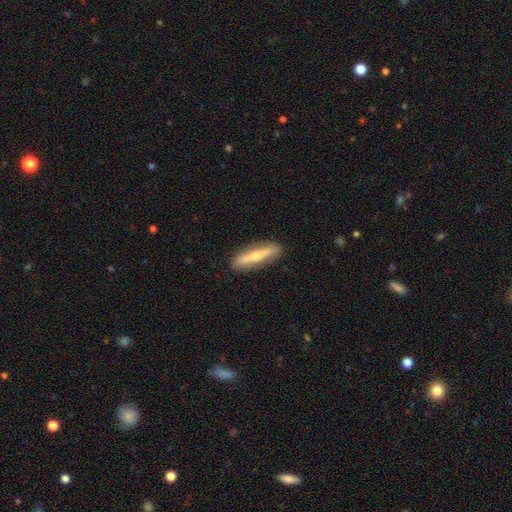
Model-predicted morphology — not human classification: This appears to be a featured or disk galaxy (50%). Merging: none (88%).